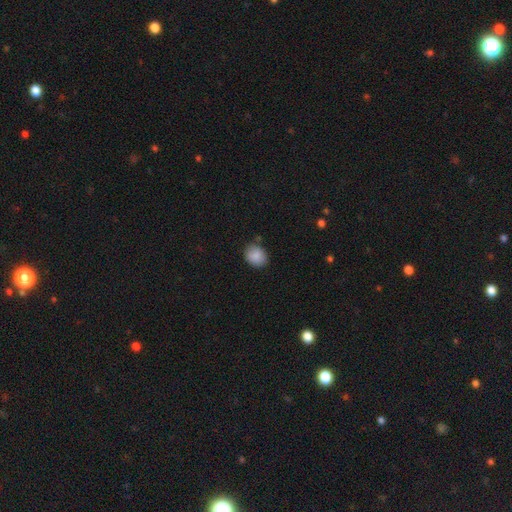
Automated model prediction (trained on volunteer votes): Smooth or featured? smooth (86%)
How rounded? round (55%)
Merging? none (78%)